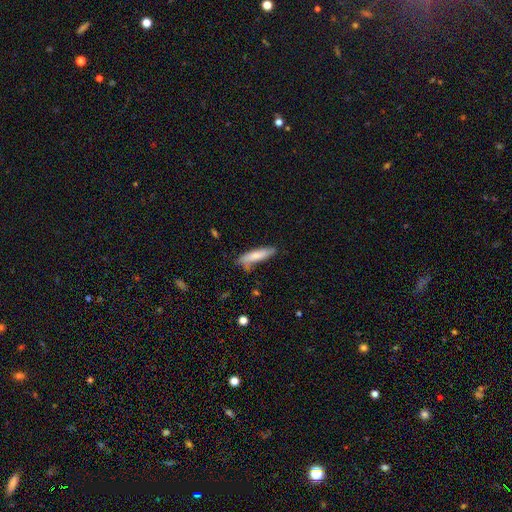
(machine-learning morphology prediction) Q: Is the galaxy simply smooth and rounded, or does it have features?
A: smooth — 76%.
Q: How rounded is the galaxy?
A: cigar-shaped — 74%.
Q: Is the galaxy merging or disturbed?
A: none — 68%.